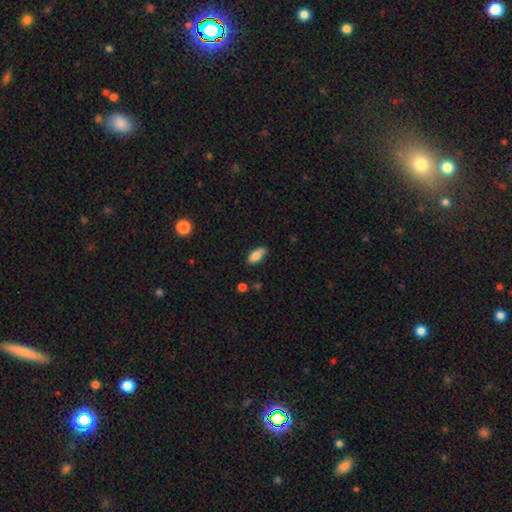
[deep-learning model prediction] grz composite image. It shows a smooth galaxy with no disk features (82%) that is in between round and cigar-shaped (86%). Merging: none (71%).